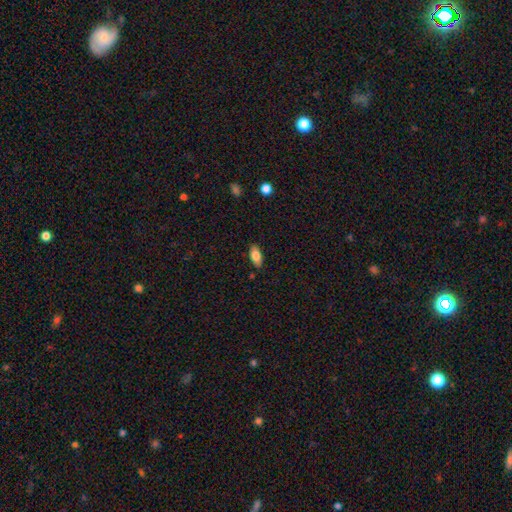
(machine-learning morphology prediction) This is clearly a smooth galaxy (82%). How rounded: clearly in between (88%). Merging: clearly none (85%).